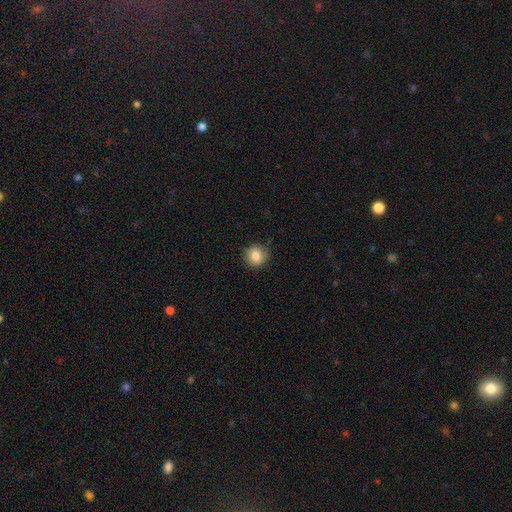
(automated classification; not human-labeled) Smooth or featured? Predicted: smooth (p=0.84). How rounded? Predicted: round (p=0.90). Merging? Predicted: none (p=0.87).